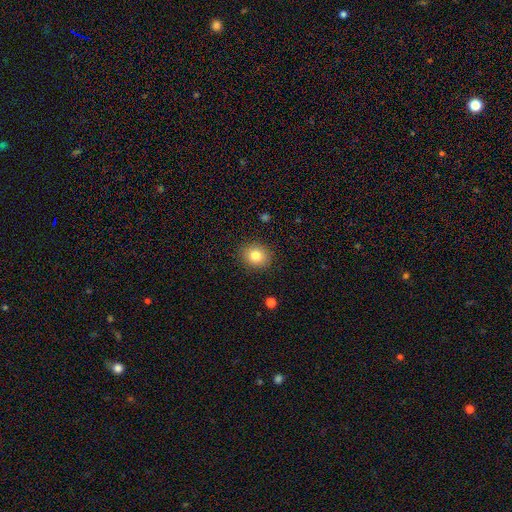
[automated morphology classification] type=smooth (82%); roundness=round (71%); merging=none (89%).